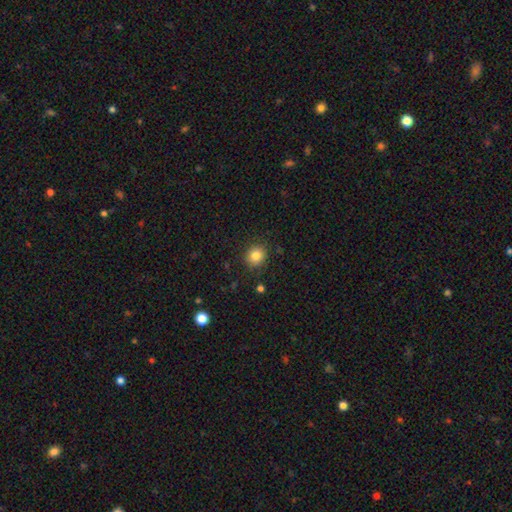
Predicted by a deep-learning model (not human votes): smooth-or-featured: smooth: 83% | star or artifact: 11% | featured or disk: 6%
  how-rounded: round: 82% | in between: 17% | cigar-shaped: 1%
  merging: none: 88% | minor disturbance: 8% | major disturbance: 2% | merger: 1%